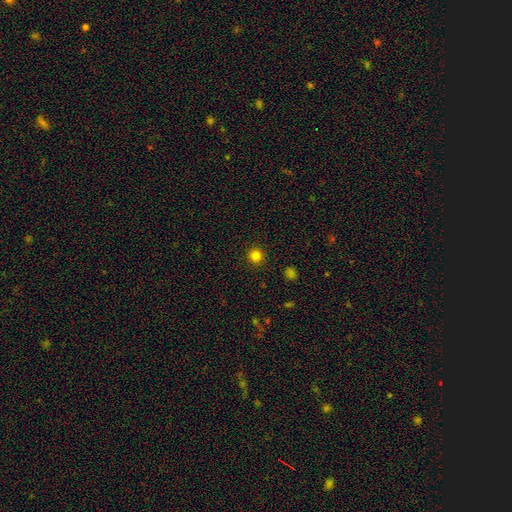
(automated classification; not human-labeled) smooth 82%, star or artifact 14%, featured or disk 4%. Down the decision tree: how rounded — round (95%); merging — none (93%).